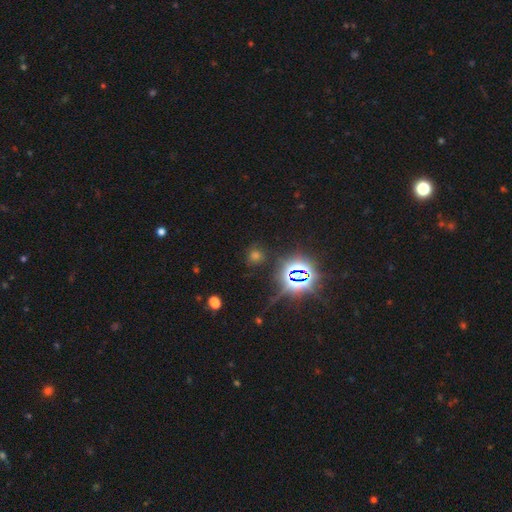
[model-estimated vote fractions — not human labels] smooth-or-featured: star or artifact: 54% | smooth: 38% | featured or disk: 8%